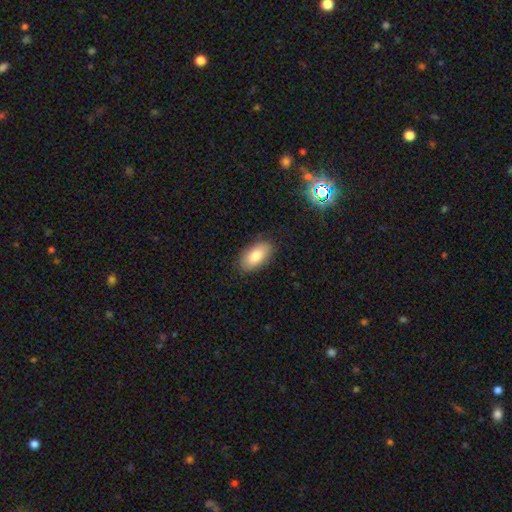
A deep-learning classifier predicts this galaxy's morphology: The model was most divided on "smooth or featured": smooth: 83%, featured or disk: 10%, star or artifact: 7%. More confident: how rounded — in between (93%); merging — none (86%).